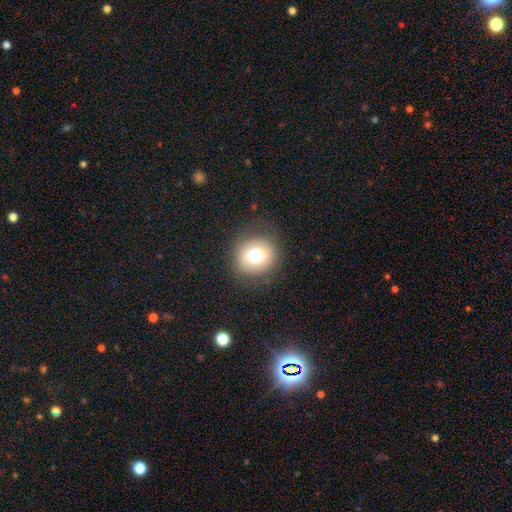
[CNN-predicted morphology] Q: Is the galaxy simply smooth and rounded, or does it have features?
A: smooth — 71%.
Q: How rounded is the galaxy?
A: round — 85%.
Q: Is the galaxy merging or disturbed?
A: none — 84%.